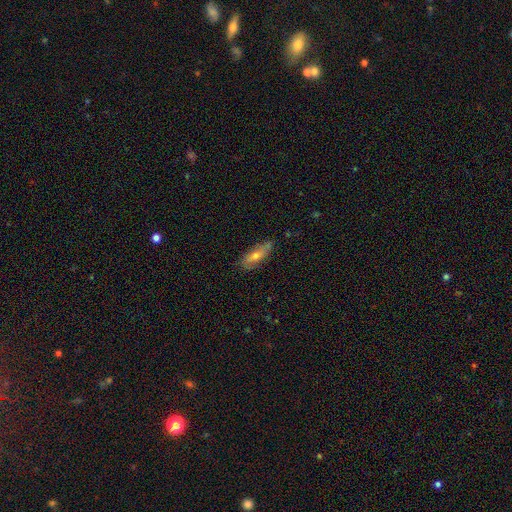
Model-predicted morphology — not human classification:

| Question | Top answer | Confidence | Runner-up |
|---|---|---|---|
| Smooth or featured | smooth | 47% | featured or disk (45%) |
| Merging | none | 73% | minor disturbance (20%) |